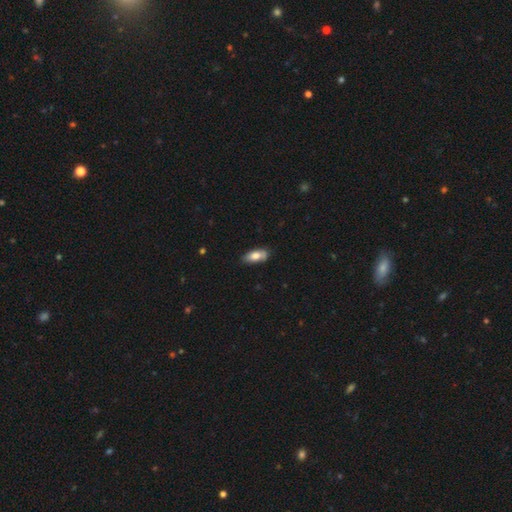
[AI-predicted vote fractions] This appears to be a smooth galaxy with no disk features (75%) that is in between round and cigar-shaped (86%). Merging: none (70%).